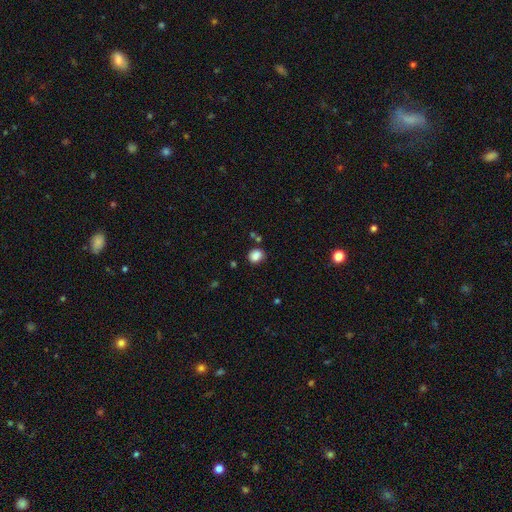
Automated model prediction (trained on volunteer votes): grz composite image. It shows a smooth galaxy with no disk features (85%) that is round (63%). Merging: none (78%).